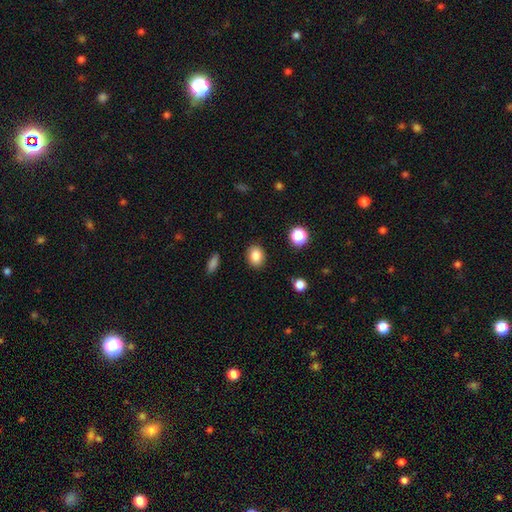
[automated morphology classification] A smooth galaxy with no disk features (85%) that is in between round and cigar-shaped (57%). Merging: none (88%).